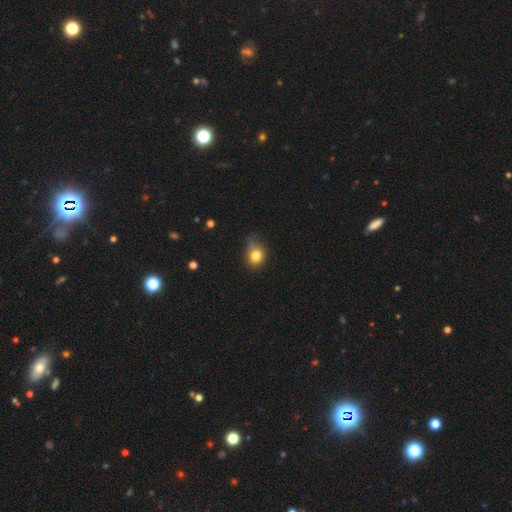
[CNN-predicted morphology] Smooth or featured?
  - smooth: 79% *
  - star or artifact: 11%
  - featured or disk: 10%
How rounded?
  - round: 58% *
  - in between: 41%
  - cigar-shaped: 1%
Merging?
  - minor disturbance: 40% *
  - none: 39%
  - major disturbance: 17%
  - merger: 5%